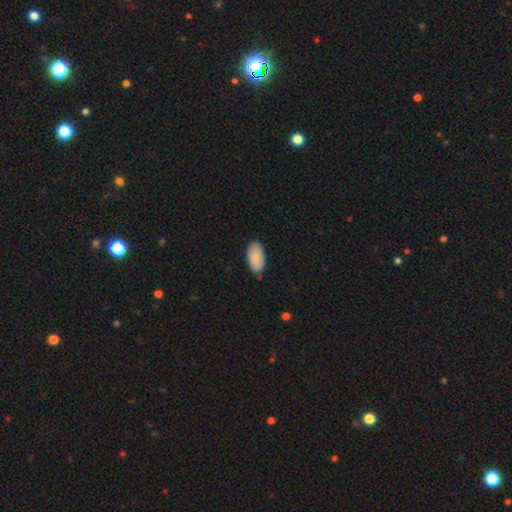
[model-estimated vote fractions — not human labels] Morphology: type=smooth (89%); roundness=in between (95%); merging=none (82%).